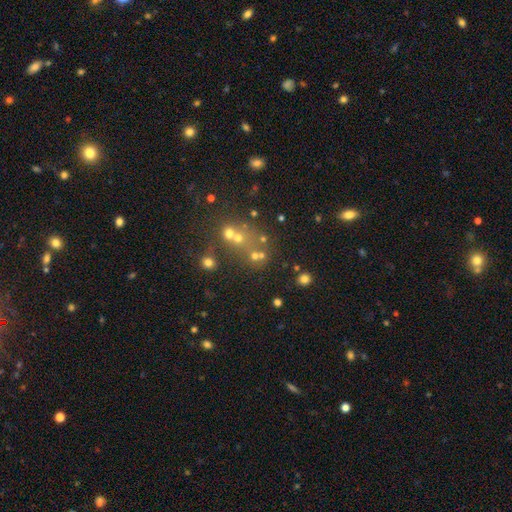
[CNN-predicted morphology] smooth-or-featured: smooth: 46% | star or artifact: 35% | featured or disk: 19%
  merging: none: 50% | merger: 33% | minor disturbance: 10% | major disturbance: 8%